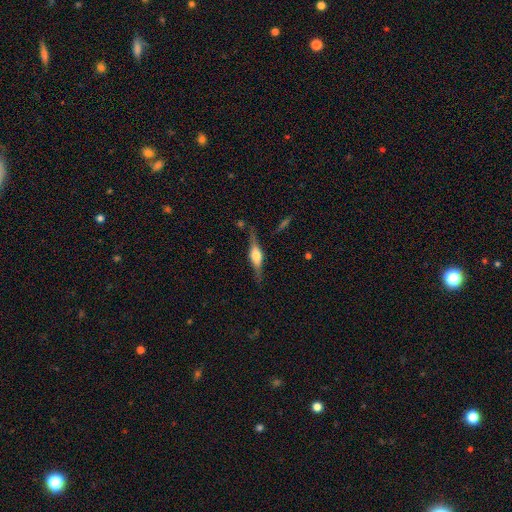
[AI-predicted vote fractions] Morphology: type=featured or disk (72%); edge-on=yes (96%); edge-on bulge=rounded (87%); merging=none (81%).